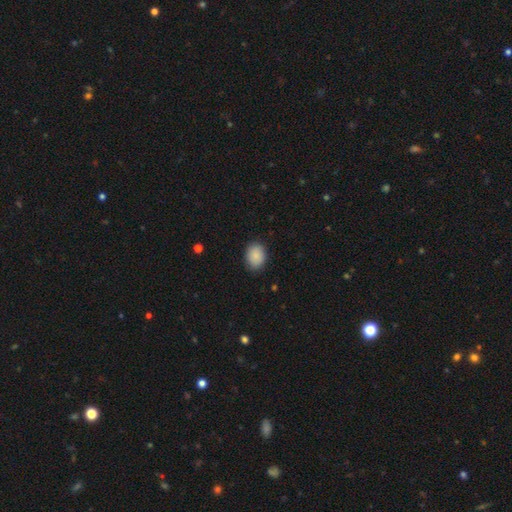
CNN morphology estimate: Smooth or featured: smooth — 89% (star or artifact — 7%)
How rounded: in between — 62% (round — 37%)
Merging: none — 85% (minor disturbance — 11%)